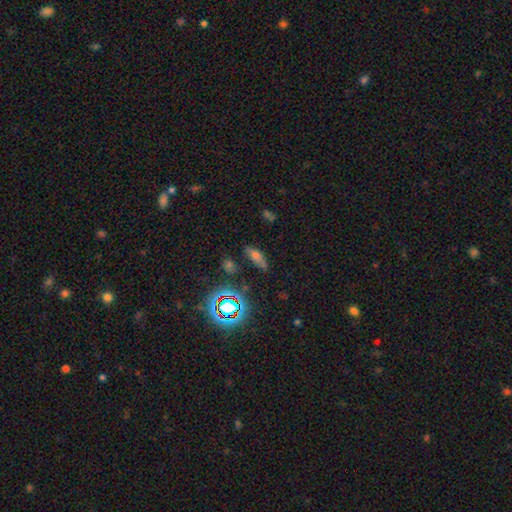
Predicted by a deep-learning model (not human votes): A smooth galaxy with no disk features (58%) that is in between round and cigar-shaped (60%).

Vote fractions:
- Smooth or featured? smooth: 58% / star or artifact: 23% / featured or disk: 19%
- How rounded? in between: 60% / cigar-shaped: 33% / round: 7%
- Merging? none: 72% / minor disturbance: 18% / major disturbance: 5% / merger: 5%